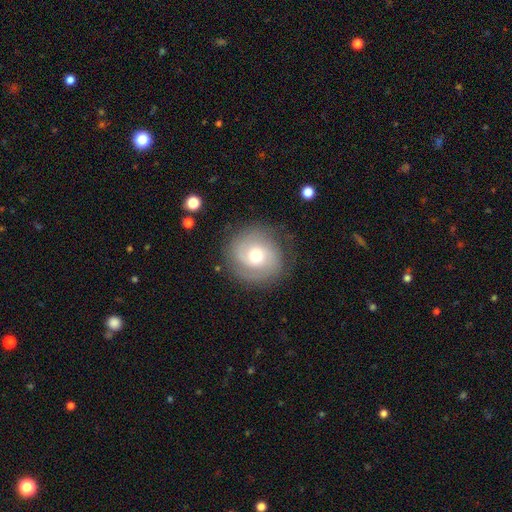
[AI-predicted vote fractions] smooth_or_featured: featured or disk (p=0.67) [alt: smooth p=0.26]
disk_edge_on: no (p=0.98) [alt: yes p=0.02]
bar: no (p=0.67) [alt: weak p=0.28]
has_spiral_arms: yes (p=0.90) [alt: no p=0.10]
spiral_winding: tight (p=0.59) [alt: medium p=0.31]
spiral_arm_count: 2 (p=0.59) [alt: can't tell p=0.18]
bulge_size: moderate (p=0.66) [alt: large p=0.16]
merging: none (p=0.79) [alt: minor disturbance p=0.13]